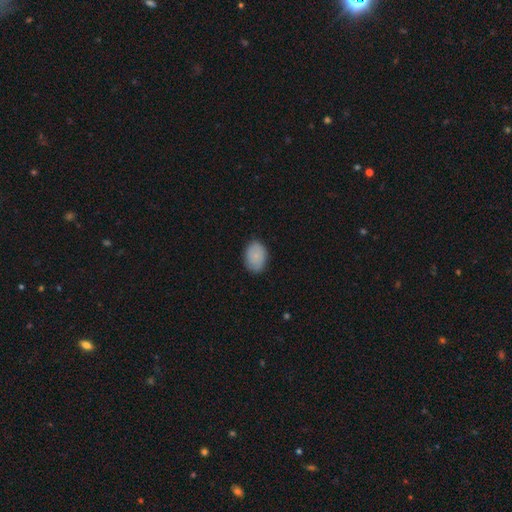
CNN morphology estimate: This appears to be a smooth galaxy with no disk features (79%) that is in between round and cigar-shaped (83%). Merging: none (81%).